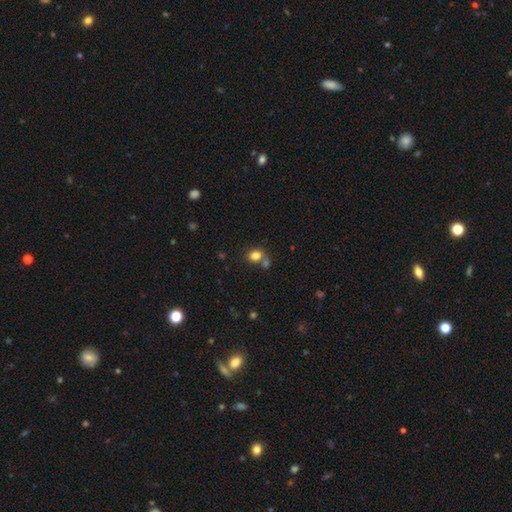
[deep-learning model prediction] smooth-or-featured: smooth: 81% | star or artifact: 12% | featured or disk: 7%
  how-rounded: round: 60% | in between: 39% | cigar-shaped: 1%
  merging: none: 56% | merger: 27% | minor disturbance: 11% | major disturbance: 5%